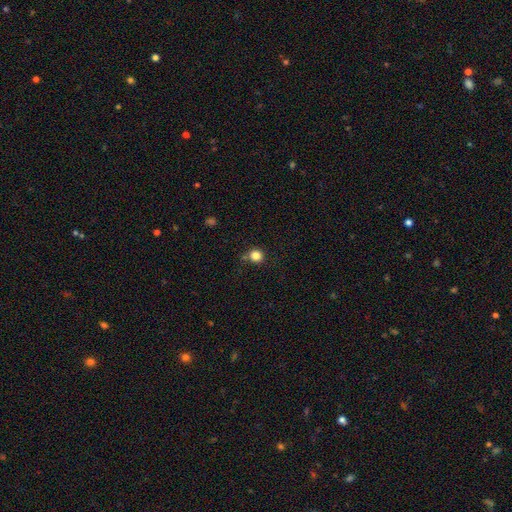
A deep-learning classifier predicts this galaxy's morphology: The model was most divided on "merging": none: 73%, minor disturbance: 16%, merger: 7%, major disturbance: 5%. More confident: how rounded — round (89%); smooth or featured — smooth (83%).